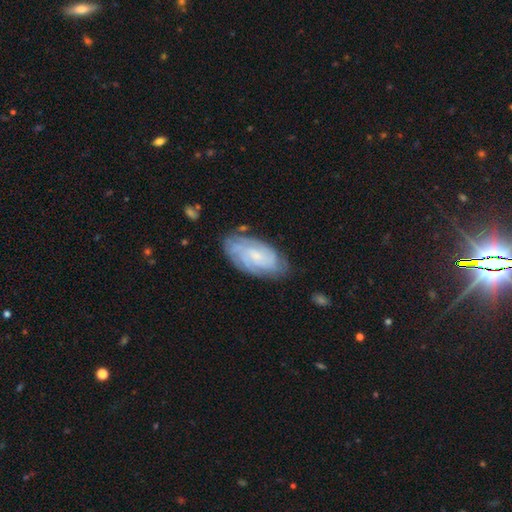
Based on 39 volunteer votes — Morphology: type=featured or disk (51%); edge-on=no (80%); bar=no (62%); spiral arms=yes (88%); winding=tight (86%); arm count=can't tell (71%); bulge=moderate (69%); merging=none (91%).